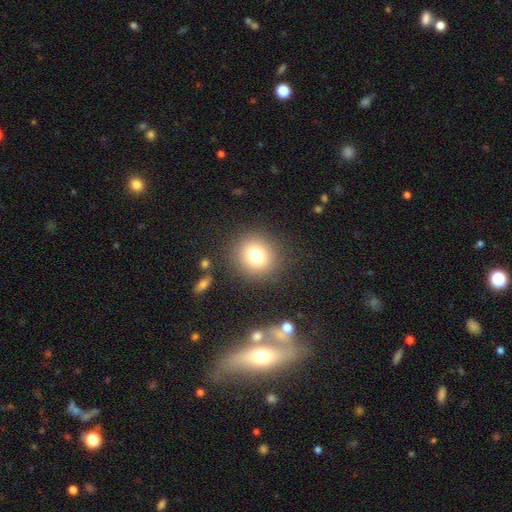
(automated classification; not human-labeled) Smooth or featured?
  - smooth: 76% *
  - star or artifact: 14%
  - featured or disk: 10%
How rounded?
  - round: 88% *
  - in between: 11%
  - cigar-shaped: 1%
Merging?
  - none: 87% *
  - minor disturbance: 7%
  - major disturbance: 3%
  - merger: 2%